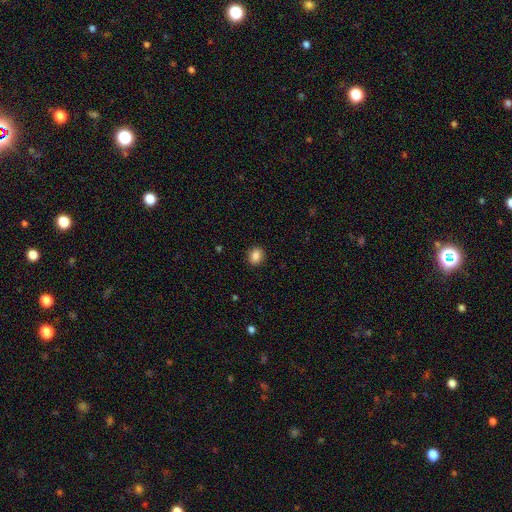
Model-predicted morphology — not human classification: Smooth or featured? Predicted: smooth (p=0.88). How rounded? Predicted: round (p=0.51). Merging? Predicted: none (p=0.90).